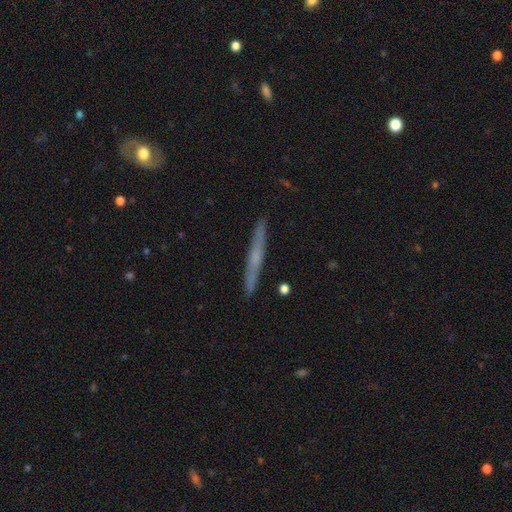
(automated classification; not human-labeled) Smooth or featured: featured or disk — 53% (smooth — 41%)
Edge-on disk: yes — 96% (no — 4%)
Edge-on bulge: none — 61% (rounded — 33%)
Merging: none — 91% (minor disturbance — 7%)